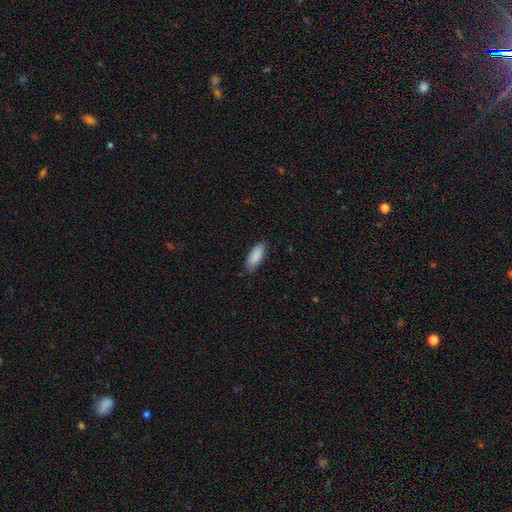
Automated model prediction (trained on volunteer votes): Smooth or featured? smooth (90%)
How rounded? in between (81%)
Merging? none (83%)